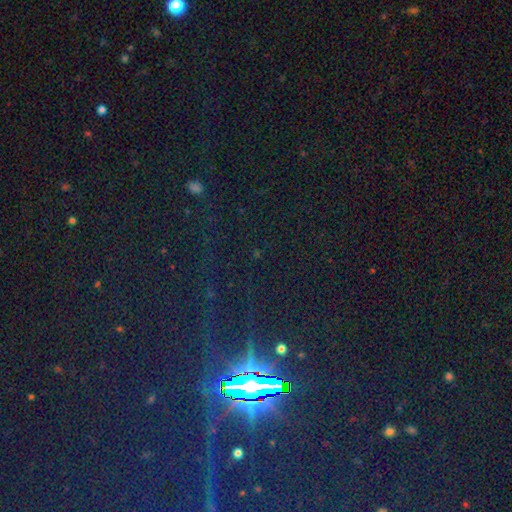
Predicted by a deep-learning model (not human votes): smooth_or_featured: star or artifact (p=0.84) [alt: smooth p=0.09]